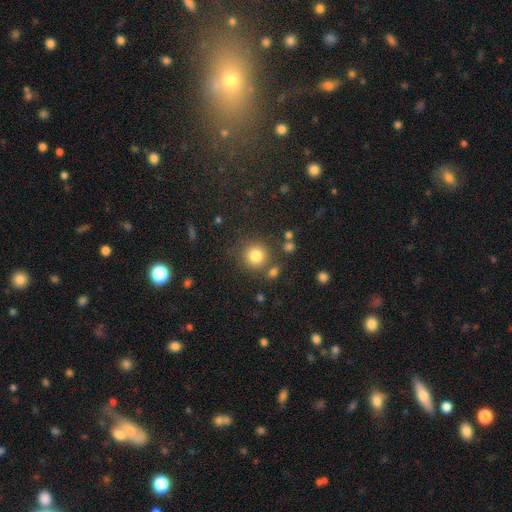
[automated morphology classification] Smooth or featured: smooth — 82% (star or artifact — 12%)
How rounded: round — 91% (in between — 8%)
Merging: none — 79% (minor disturbance — 9%)